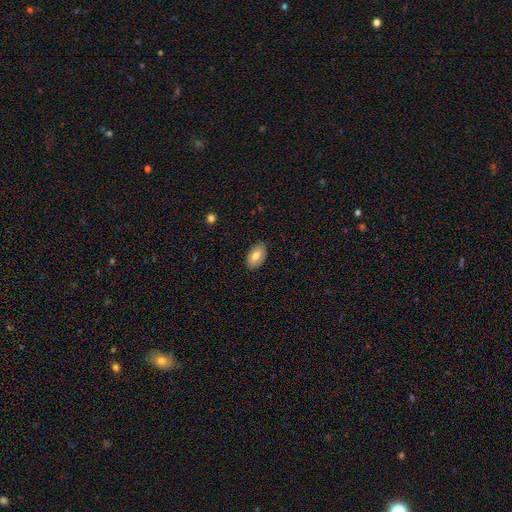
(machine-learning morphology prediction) Smooth or featured?
  - smooth: 75% *
  - featured or disk: 19%
  - star or artifact: 6%
How rounded?
  - in between: 92% *
  - round: 6%
  - cigar-shaped: 1%
Merging?
  - none: 86% *
  - minor disturbance: 11%
  - major disturbance: 2%
  - merger: 1%